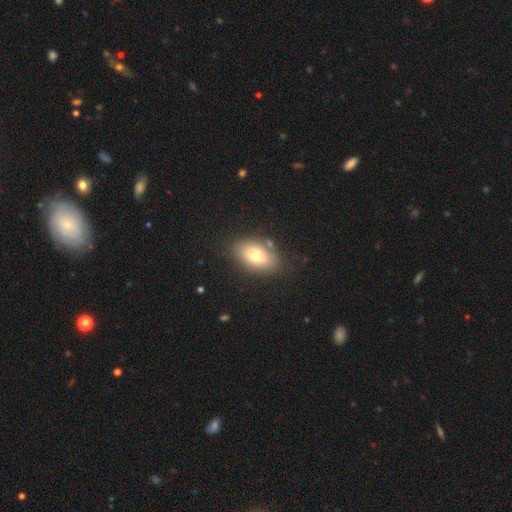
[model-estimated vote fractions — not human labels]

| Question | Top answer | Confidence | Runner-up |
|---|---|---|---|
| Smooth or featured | smooth | 75% | featured or disk (17%) |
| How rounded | in between | 89% | round (8%) |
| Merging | none | 75% | minor disturbance (16%) |